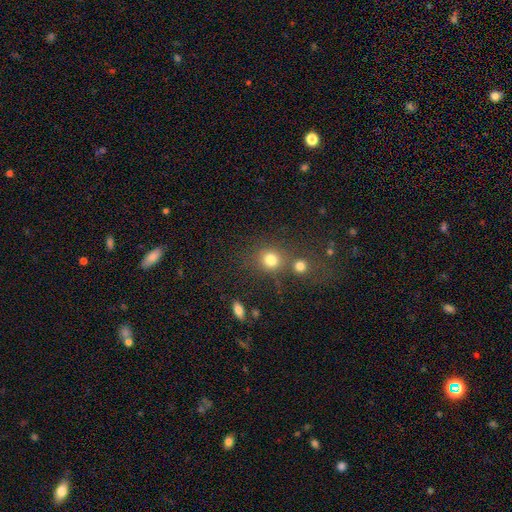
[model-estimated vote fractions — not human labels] Smooth or featured?
  - smooth: 58% *
  - star or artifact: 32%
  - featured or disk: 10%
How rounded?
  - round: 83% *
  - in between: 15%
  - cigar-shaped: 1%
Merging?
  - none: 60% *
  - merger: 26%
  - minor disturbance: 9%
  - major disturbance: 5%